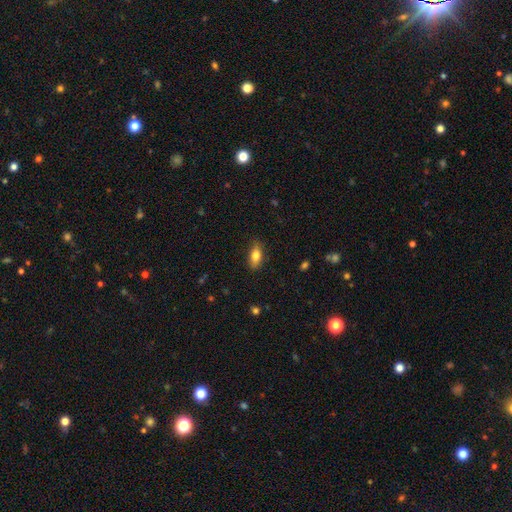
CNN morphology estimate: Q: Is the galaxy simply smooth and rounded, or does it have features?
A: smooth — 79%.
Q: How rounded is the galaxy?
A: in between — 82%.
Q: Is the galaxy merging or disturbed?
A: none — 84%.